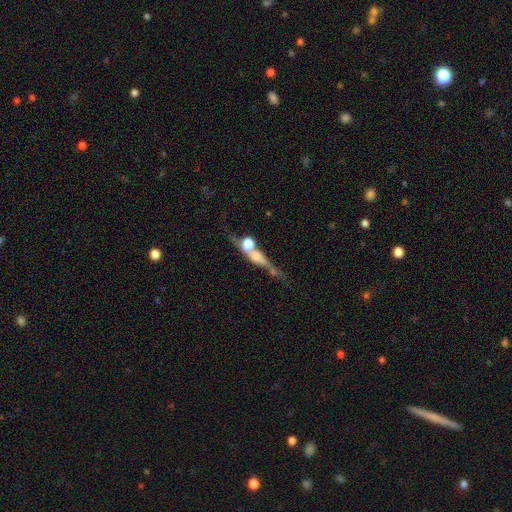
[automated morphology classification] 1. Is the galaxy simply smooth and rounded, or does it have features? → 55% featured or disk, 33% smooth, 12% star or artifact.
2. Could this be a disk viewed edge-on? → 75% yes, 25% no.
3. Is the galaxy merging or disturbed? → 41% none, 32% merger, 14% minor disturbance, 13% major disturbance.